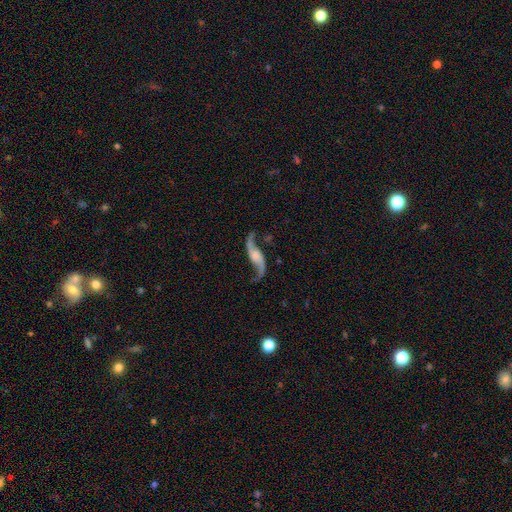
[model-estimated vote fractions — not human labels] Morphology: type=featured or disk (88%); edge-on=no (92%); bar=no (55%); spiral arms=yes (96%); winding=loose (91%); arm count=2 (94%); bulge=none (38%); merging=none (77%).